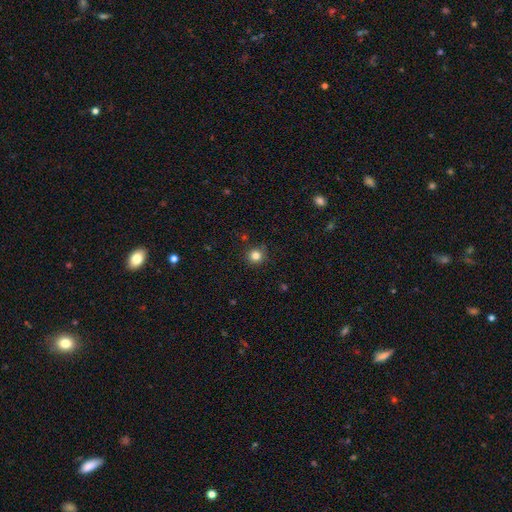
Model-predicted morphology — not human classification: Smooth or featured: smooth — 82% (star or artifact — 13%)
How rounded: round — 93% (in between — 6%)
Merging: none — 90% (minor disturbance — 7%)